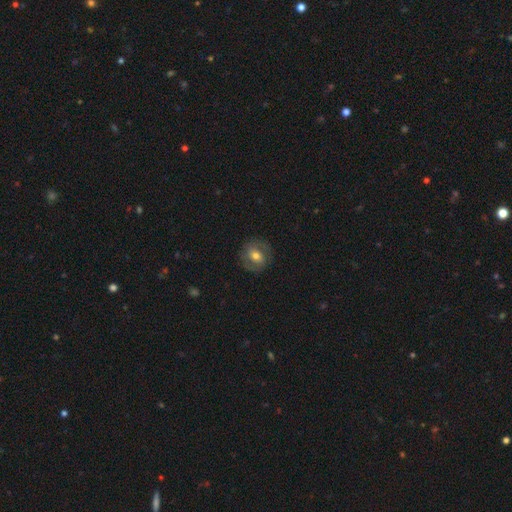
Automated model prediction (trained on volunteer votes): smooth_or_featured: smooth (p=0.47) [alt: featured or disk p=0.45]
merging: none (p=0.82) [alt: minor disturbance p=0.11]